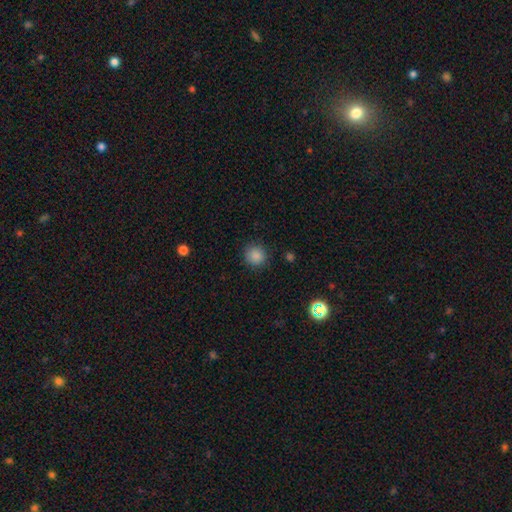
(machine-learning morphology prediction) Q: Smooth or featured?
A: smooth (86%); runner-up: star or artifact (10%)
Q: How rounded?
A: round (92%); runner-up: in between (7%)
Q: Merging?
A: none (88%); runner-up: minor disturbance (8%)